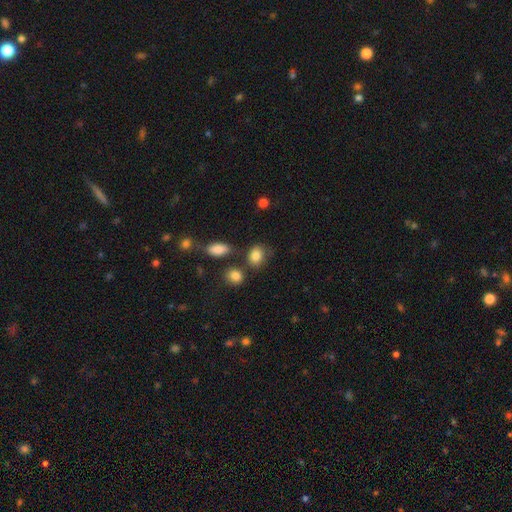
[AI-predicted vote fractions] Smooth or featured? Predicted: smooth (p=0.84). How rounded? Predicted: in between (p=0.51). Merging? Predicted: none (p=0.68).